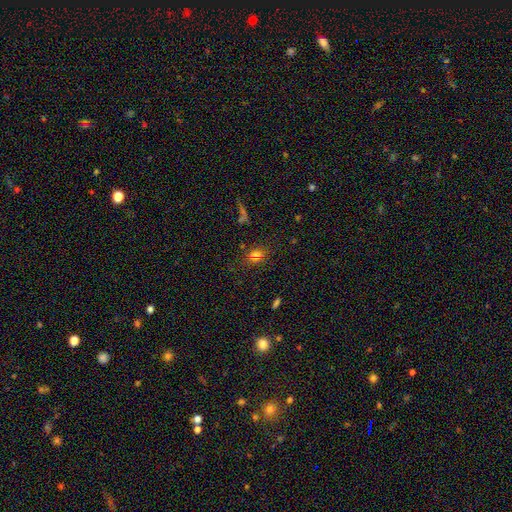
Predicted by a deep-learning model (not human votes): Smooth or featured: smooth — 55% (star or artifact — 33%)
How rounded: round — 49% (in between — 46%)
Merging: none — 74% (minor disturbance — 11%)